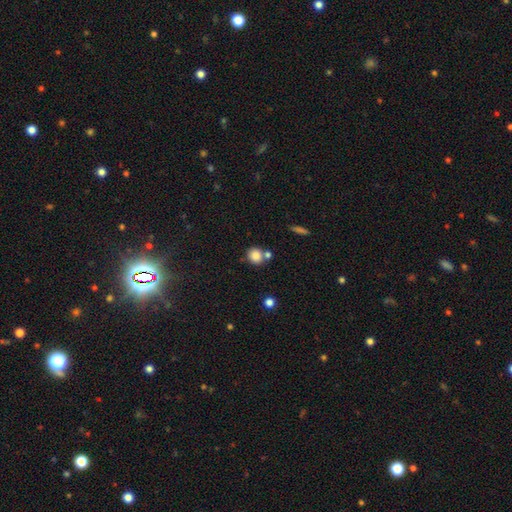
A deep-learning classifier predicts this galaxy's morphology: This is clearly a smooth galaxy (84%). How rounded: clearly round (83%). Merging: likely none (62%).